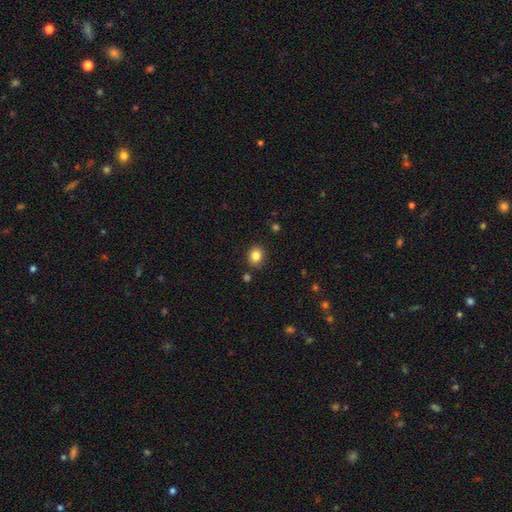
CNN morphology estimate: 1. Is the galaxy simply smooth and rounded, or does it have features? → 84% smooth, 11% star or artifact, 6% featured or disk.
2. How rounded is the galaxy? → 65% round, 34% in between, 1% cigar-shaped.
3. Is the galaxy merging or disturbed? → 87% none, 8% minor disturbance, 3% merger, 2% major disturbance.